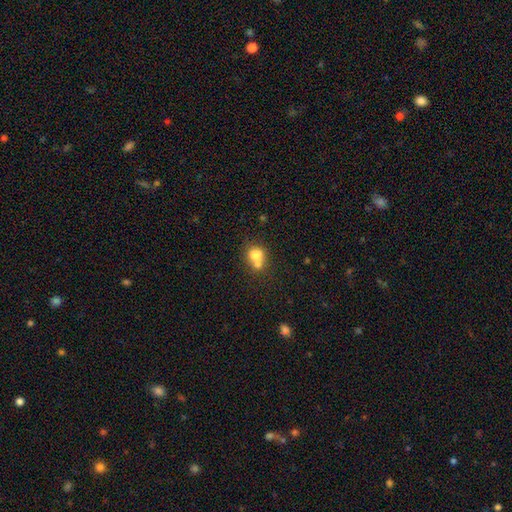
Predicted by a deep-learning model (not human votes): smooth-or-featured: smooth: 72% | featured or disk: 17% | star or artifact: 11%
  how-rounded: round: 63% | in between: 36% | cigar-shaped: 1%
  merging: merger: 55% | none: 29% | minor disturbance: 10% | major disturbance: 5%